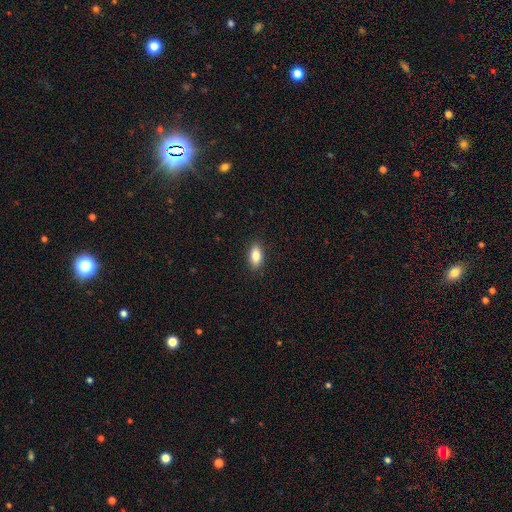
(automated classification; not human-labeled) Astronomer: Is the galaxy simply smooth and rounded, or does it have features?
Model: smooth — 83%.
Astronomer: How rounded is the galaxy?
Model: in between — 87%.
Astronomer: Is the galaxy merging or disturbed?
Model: none — 88%.